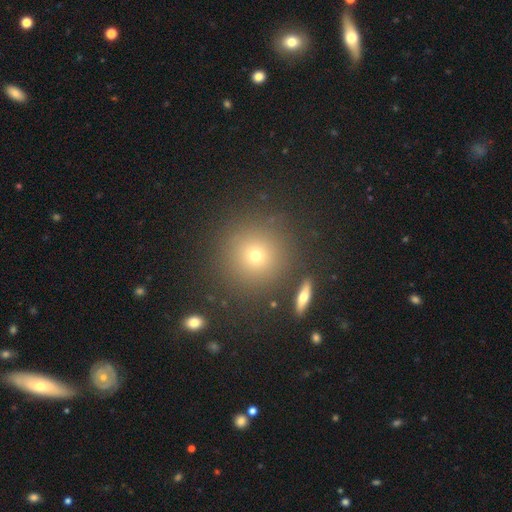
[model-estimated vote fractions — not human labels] This appears to be a smooth galaxy with no disk features (69%) that is round (93%). Merging: none (85%).